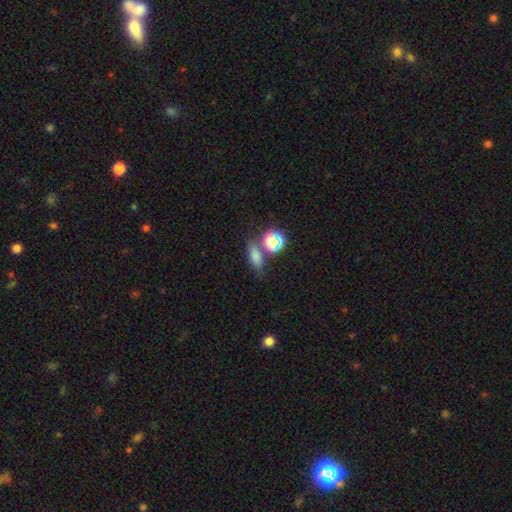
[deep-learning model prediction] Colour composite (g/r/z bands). It shows a smooth galaxy with no disk features (72%) that is in between round and cigar-shaped (60%). Merging: none (65%).